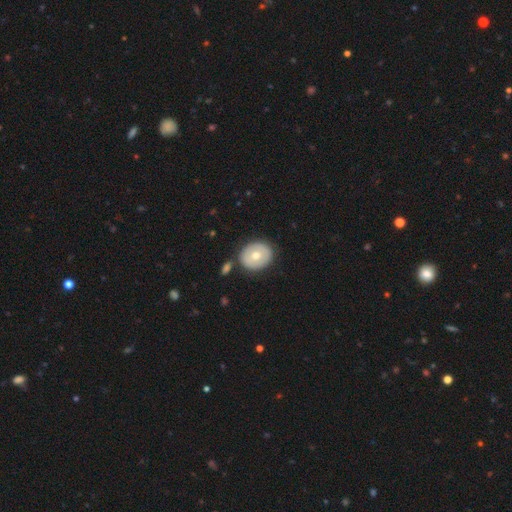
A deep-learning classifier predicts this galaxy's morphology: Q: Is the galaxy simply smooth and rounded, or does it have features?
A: smooth — 61%.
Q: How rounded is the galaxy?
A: round — 60%.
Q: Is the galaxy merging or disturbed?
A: none — 81%.